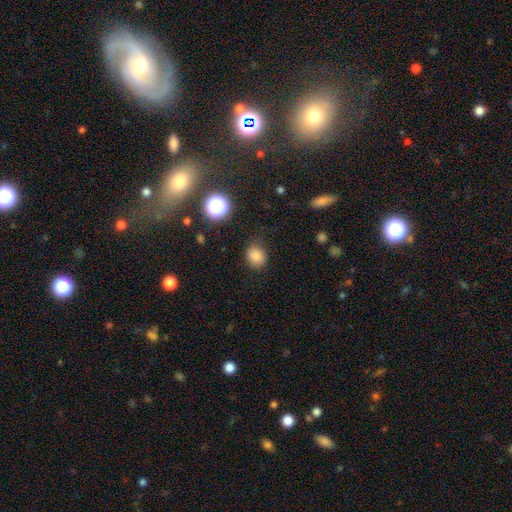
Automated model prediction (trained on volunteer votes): smooth_or_featured: smooth (p=0.81) [alt: star or artifact p=0.14]
how_rounded: round (p=0.73) [alt: in between p=0.26]
merging: none (p=0.78) [alt: minor disturbance p=0.16]